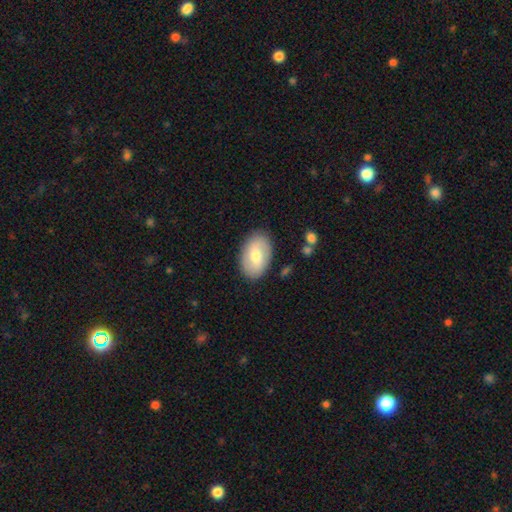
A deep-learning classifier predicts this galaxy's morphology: This is likely a smooth galaxy (62%). How rounded: clearly in between (90%). Merging: clearly none (85%).